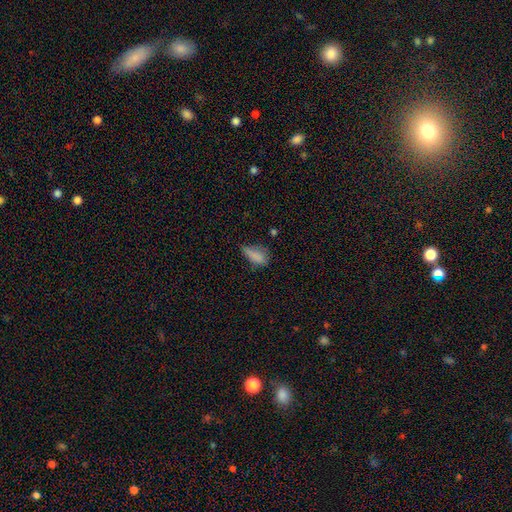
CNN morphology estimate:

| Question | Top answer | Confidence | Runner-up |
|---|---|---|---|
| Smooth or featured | smooth | 79% | star or artifact (11%) |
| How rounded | in between | 81% | cigar-shaped (14%) |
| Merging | minor disturbance | 39% | none (38%) |